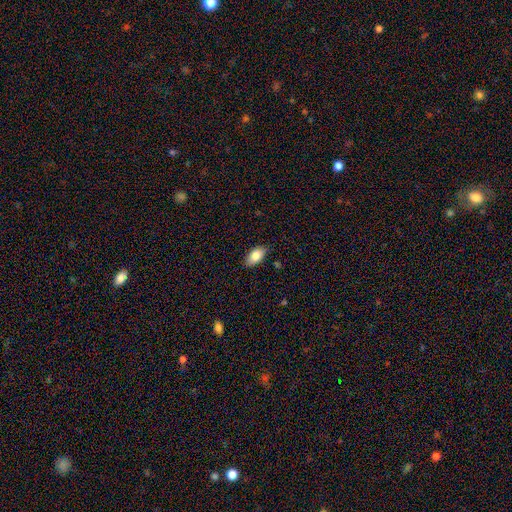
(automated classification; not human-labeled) A smooth galaxy with no disk features (83%) that is in between round and cigar-shaped (93%). Merging: none (85%).